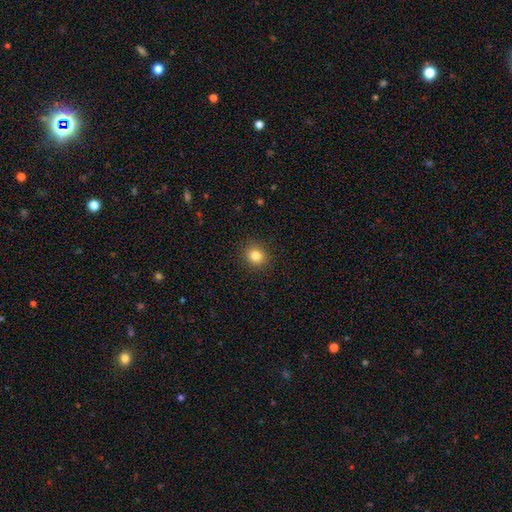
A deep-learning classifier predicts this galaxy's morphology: Smooth or featured? Predicted: smooth (p=0.83). How rounded? Predicted: round (p=0.80). Merging? Predicted: none (p=0.90).